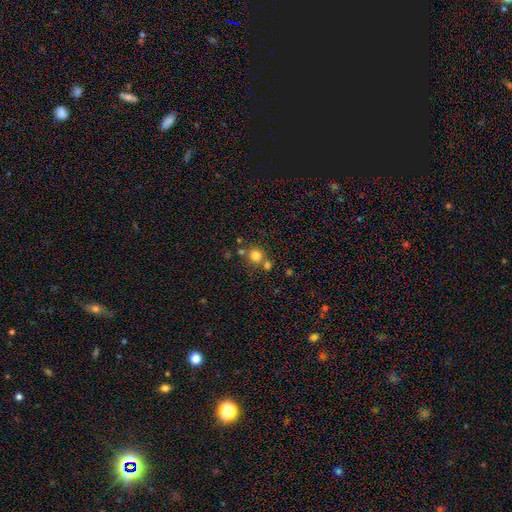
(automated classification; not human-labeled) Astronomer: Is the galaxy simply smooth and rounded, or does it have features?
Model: smooth — 78%.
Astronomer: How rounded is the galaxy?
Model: round — 89%.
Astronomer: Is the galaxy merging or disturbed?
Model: none — 64%.